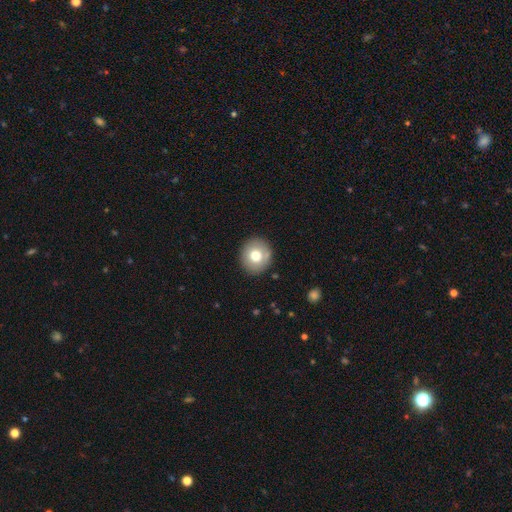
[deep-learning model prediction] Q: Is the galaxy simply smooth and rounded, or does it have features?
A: smooth — 73%.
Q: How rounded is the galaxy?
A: round — 87%.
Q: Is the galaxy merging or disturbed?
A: none — 88%.